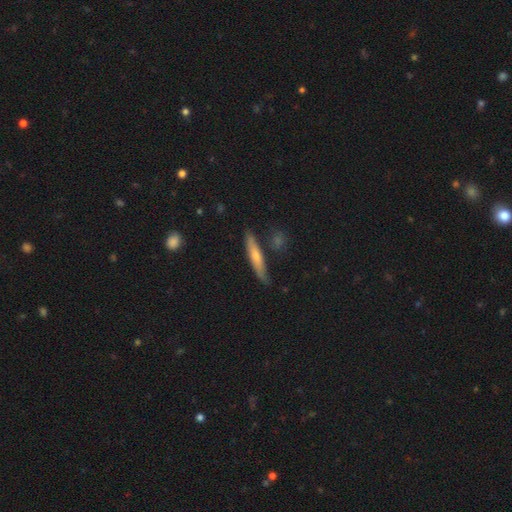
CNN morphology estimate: Smooth or featured: smooth — 50% (featured or disk — 44%)
Merging: none — 82% (minor disturbance — 12%)